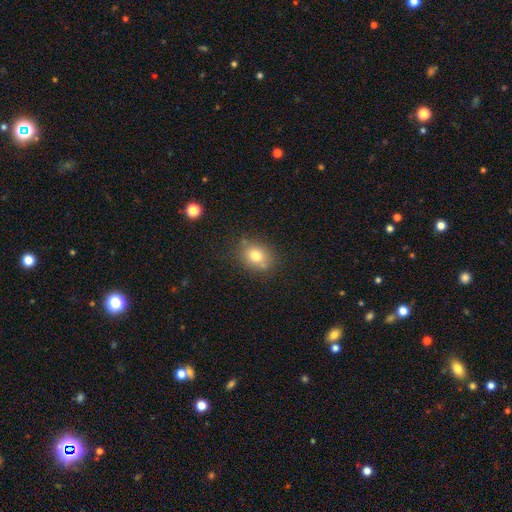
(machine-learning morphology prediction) Smooth or featured?
  - smooth: 77% *
  - featured or disk: 12%
  - star or artifact: 11%
How rounded?
  - in between: 54% *
  - round: 45%
  - cigar-shaped: 1%
Merging?
  - none: 76% *
  - minor disturbance: 15%
  - merger: 5%
  - major disturbance: 4%